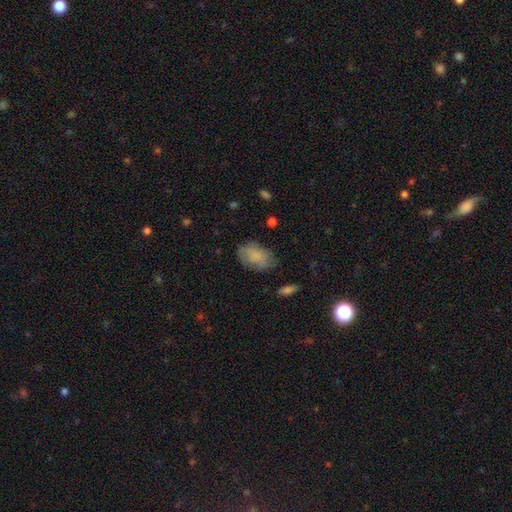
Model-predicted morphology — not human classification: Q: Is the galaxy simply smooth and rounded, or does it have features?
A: smooth — 81%.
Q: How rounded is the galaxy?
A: in between — 88%.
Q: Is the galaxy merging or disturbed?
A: none — 71%.